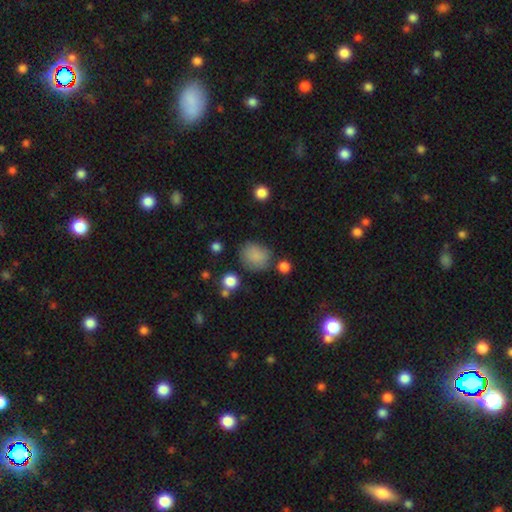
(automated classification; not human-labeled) Q: Smooth or featured?
A: smooth (83%); runner-up: star or artifact (10%)
Q: How rounded?
A: round (64%); runner-up: in between (35%)
Q: Merging?
A: none (70%); runner-up: minor disturbance (19%)